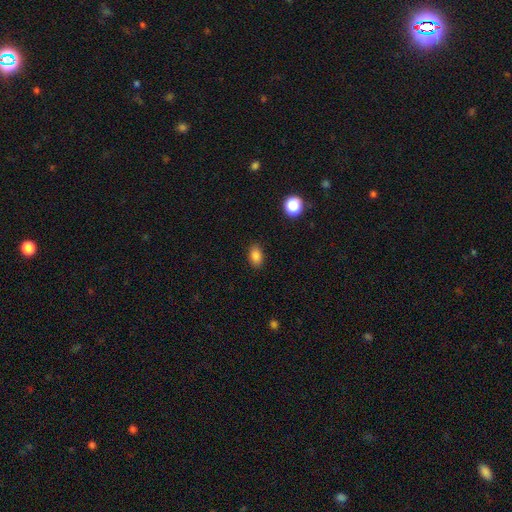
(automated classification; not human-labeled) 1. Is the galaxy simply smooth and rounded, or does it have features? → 85% smooth, 10% star or artifact, 5% featured or disk.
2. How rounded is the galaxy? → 85% in between, 14% round, 2% cigar-shaped.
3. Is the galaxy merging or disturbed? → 88% none, 9% minor disturbance, 2% major disturbance, 1% merger.